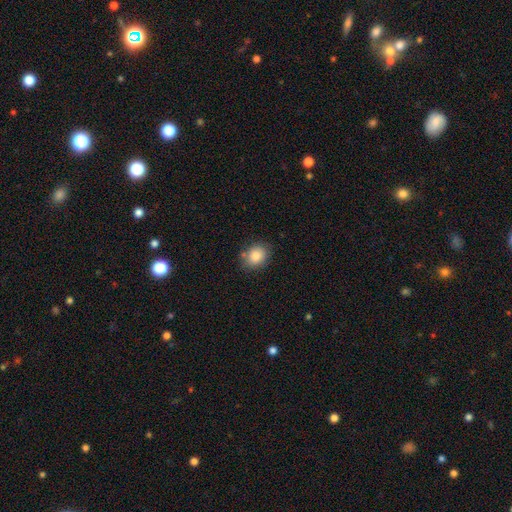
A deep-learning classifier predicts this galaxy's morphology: A smooth galaxy with no disk features (86%) that is in between round and cigar-shaped (50%).

Vote fractions:
- Smooth or featured? smooth: 86% / star or artifact: 8% / featured or disk: 6%
- How rounded? in between: 50% / round: 49% / cigar-shaped: 1%
- Merging? none: 78% / minor disturbance: 15% / merger: 4% / major disturbance: 3%